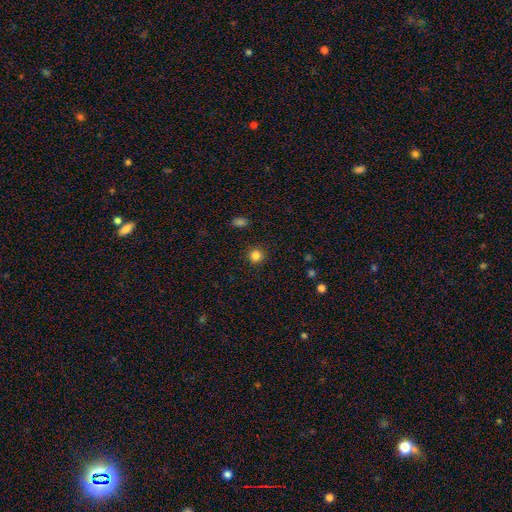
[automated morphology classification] type=smooth (83%); roundness=round (93%); merging=none (91%).